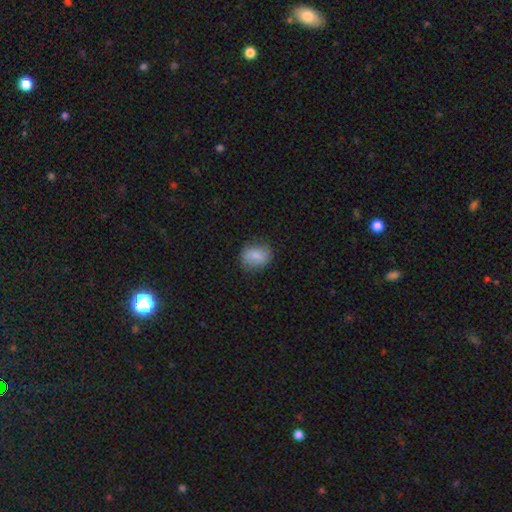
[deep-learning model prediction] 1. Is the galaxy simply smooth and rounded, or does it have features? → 82% smooth, 11% featured or disk, 8% star or artifact.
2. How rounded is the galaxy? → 51% in between, 48% round, 1% cigar-shaped.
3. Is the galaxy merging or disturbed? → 77% none, 17% minor disturbance, 5% major disturbance, 1% merger.